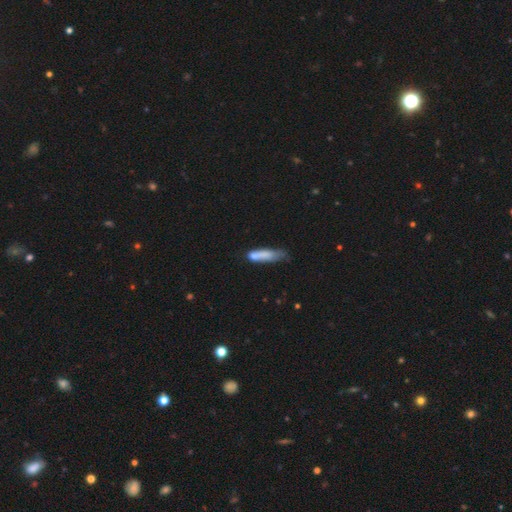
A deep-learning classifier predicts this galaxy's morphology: Smooth or featured?
  - smooth: 65% *
  - featured or disk: 20%
  - star or artifact: 15%
How rounded?
  - cigar-shaped: 78% *
  - in between: 19%
  - round: 3%
Merging?
  - none: 67% *
  - minor disturbance: 19%
  - major disturbance: 7%
  - merger: 7%